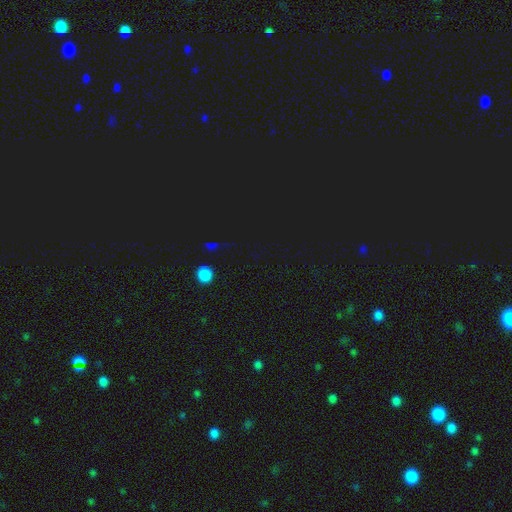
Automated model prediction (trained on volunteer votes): A star or artifact, not a galaxy (71%).

Vote fractions:
- Smooth or featured? star or artifact: 71% / smooth: 22% / featured or disk: 6%